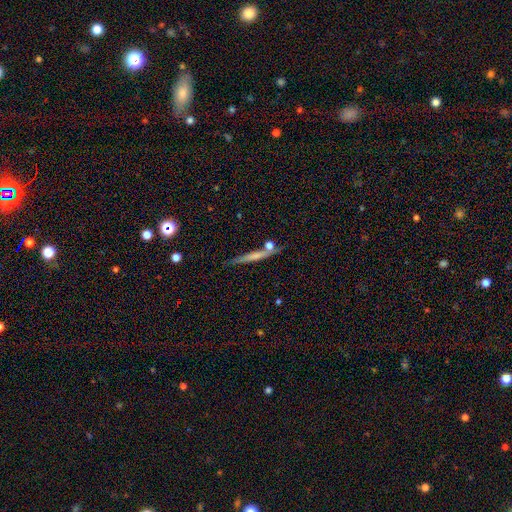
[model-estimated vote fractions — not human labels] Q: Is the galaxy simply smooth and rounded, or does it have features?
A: smooth — 48%.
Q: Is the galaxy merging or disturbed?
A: none — 74%.